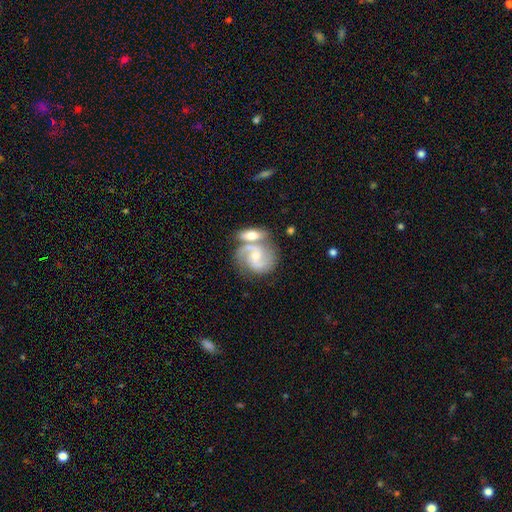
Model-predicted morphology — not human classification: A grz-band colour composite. It shows a featured or disk galaxy (77%) with no bar (51%), 2 (84%) medium (52%) spiral arms (94%) and a small central bulge (47%, tied with moderate). Merging: merger (45%).